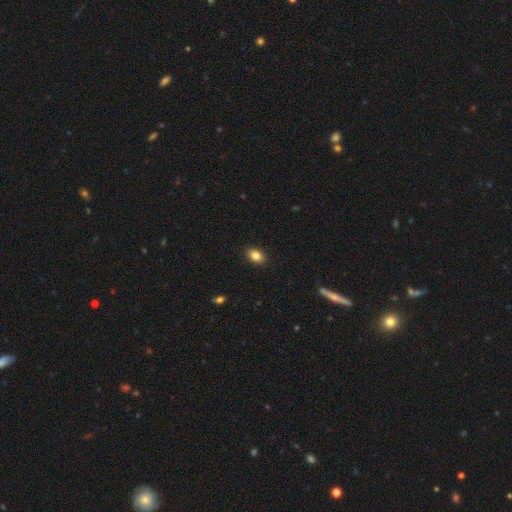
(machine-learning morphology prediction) This is clearly a smooth galaxy (85%). How rounded: clearly in between (82%). Merging: clearly none (90%).